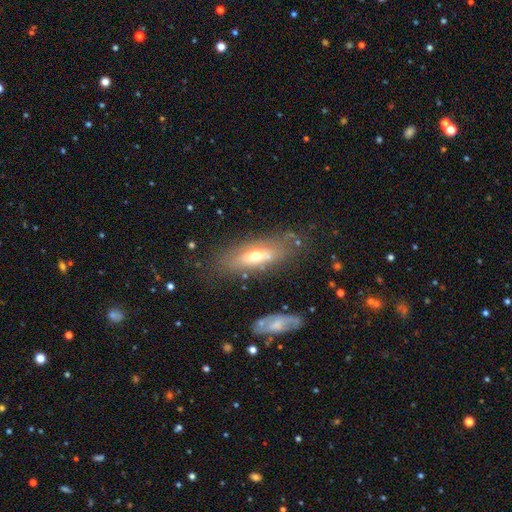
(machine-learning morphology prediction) A featured or disk galaxy (48%). Merging: none (68%).